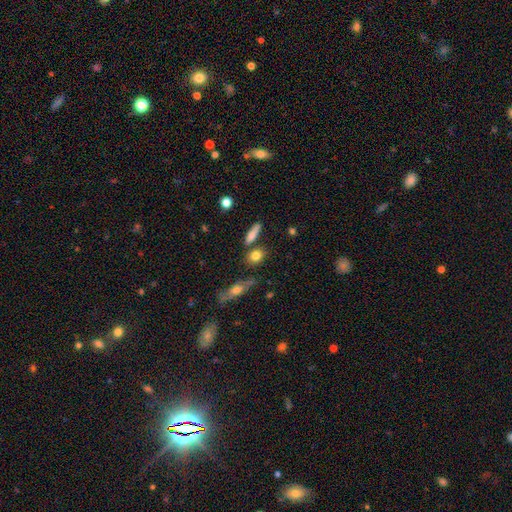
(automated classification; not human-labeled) Morphology: type=smooth (79%); roundness=in between (44%); merging=none (73%).